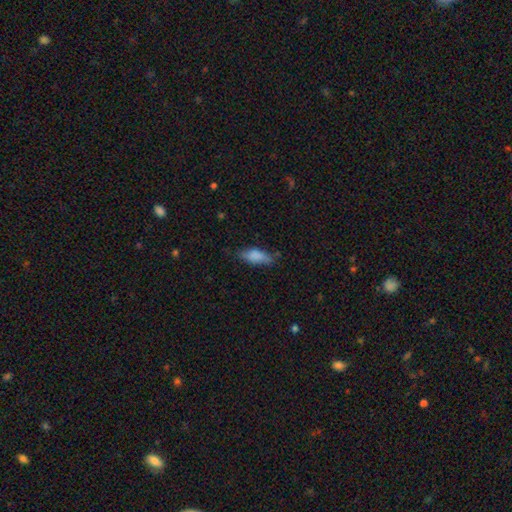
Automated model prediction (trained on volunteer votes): This is clearly a smooth galaxy (81%). How rounded: likely in between (74%). Merging: likely none (63%).